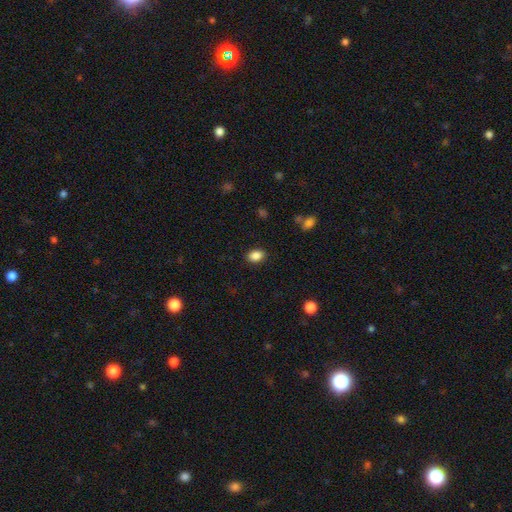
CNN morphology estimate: A smooth galaxy with no disk features (88%) that is in between round and cigar-shaped (78%). Merging: none (88%).